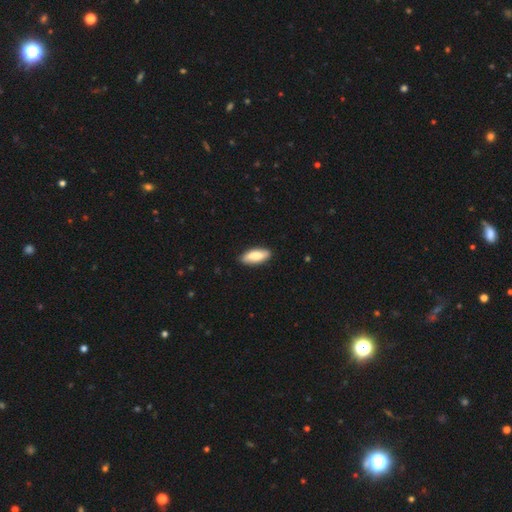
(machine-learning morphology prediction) A smooth galaxy with no disk features (74%) that is in between round and cigar-shaped (75%).

Vote fractions:
- Smooth or featured? smooth: 74% / featured or disk: 20% / star or artifact: 5%
- How rounded? in between: 75% / cigar-shaped: 22% / round: 2%
- Merging? none: 87% / minor disturbance: 10% / major disturbance: 2% / merger: 1%